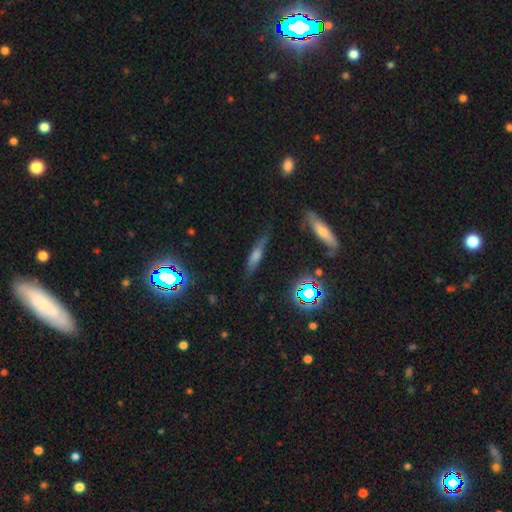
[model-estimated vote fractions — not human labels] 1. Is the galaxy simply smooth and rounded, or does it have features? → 44% smooth, 38% featured or disk, 18% star or artifact.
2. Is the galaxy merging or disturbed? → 76% none, 17% minor disturbance, 5% major disturbance, 3% merger.